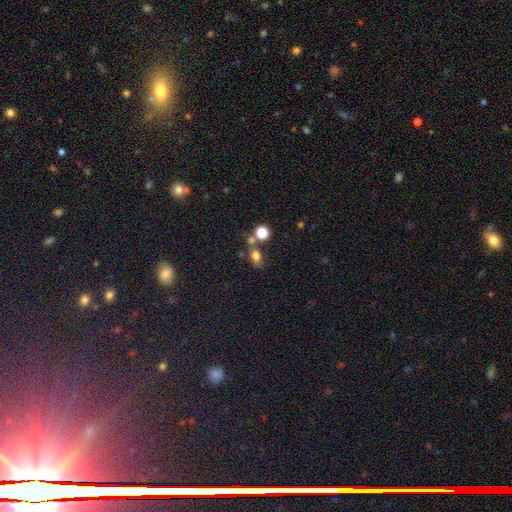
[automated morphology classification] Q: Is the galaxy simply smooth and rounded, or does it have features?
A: smooth — 75%.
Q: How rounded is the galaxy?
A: in between — 64%.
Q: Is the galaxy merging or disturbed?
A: none — 57%.